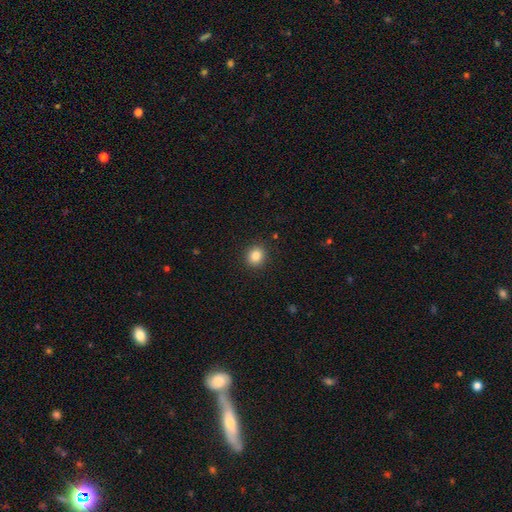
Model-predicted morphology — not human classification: The model was most divided on "how rounded": round: 82%, in between: 17%, cigar-shaped: 1%. More confident: merging — none (91%); smooth or featured — smooth (85%).